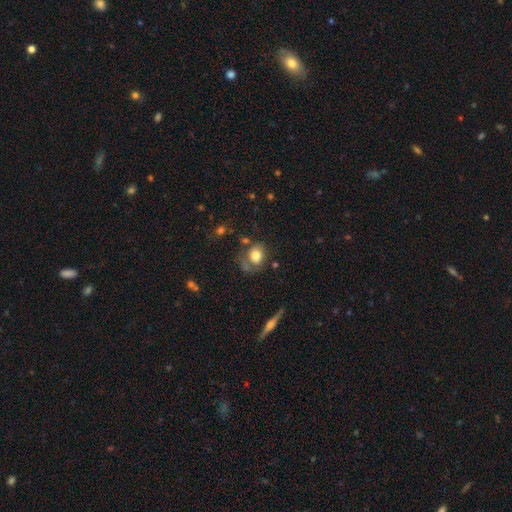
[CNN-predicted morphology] Smooth or featured?
  - smooth: 76% *
  - featured or disk: 15%
  - star or artifact: 9%
How rounded?
  - round: 56% *
  - in between: 43%
  - cigar-shaped: 1%
Merging?
  - none: 51% *
  - minor disturbance: 23%
  - major disturbance: 16%
  - merger: 9%